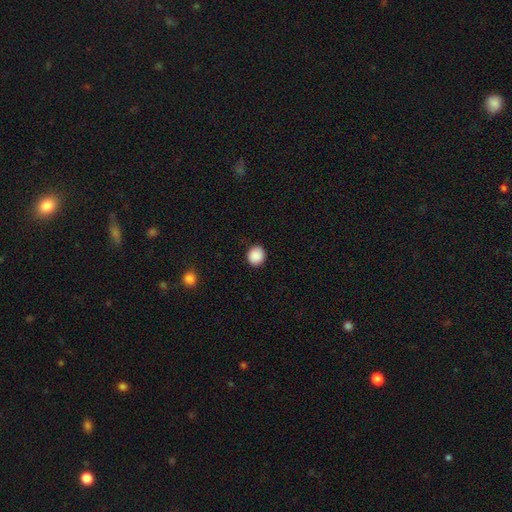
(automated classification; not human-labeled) A smooth galaxy with no disk features (90%) that is round (86%).

Vote fractions:
- Smooth or featured? smooth: 90% / star or artifact: 8% / featured or disk: 2%
- How rounded? round: 86% / in between: 13% / cigar-shaped: 1%
- Merging? none: 91% / minor disturbance: 6% / major disturbance: 2% / merger: 1%